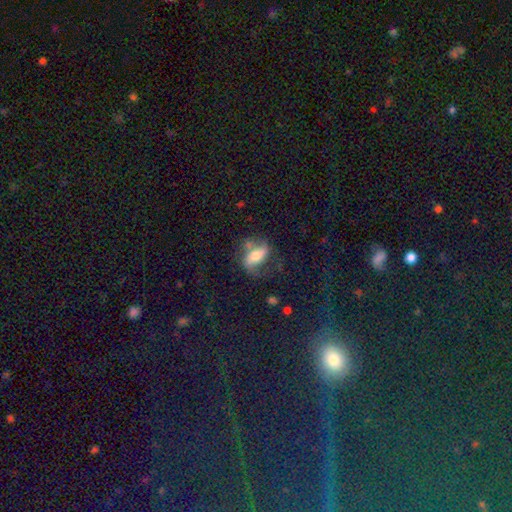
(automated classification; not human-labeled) The model was most divided on "smooth or featured": featured or disk: 56%, smooth: 36%, star or artifact: 8%. More confident: edge-on disk — no (87%); merging — none (52%).